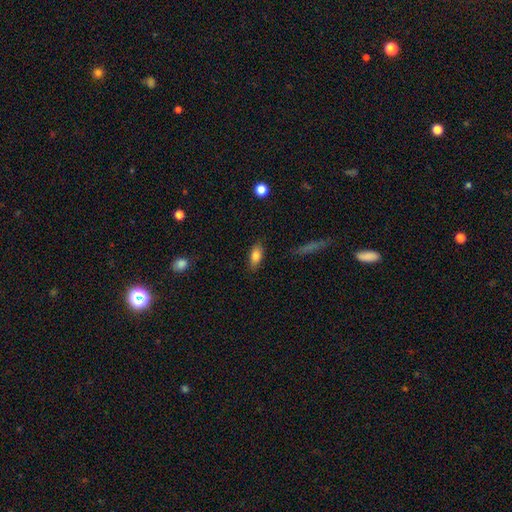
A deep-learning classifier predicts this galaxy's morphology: Smooth or featured: smooth — 81% (featured or disk — 12%)
How rounded: in between — 84% (cigar-shaped — 11%)
Merging: none — 84% (minor disturbance — 12%)